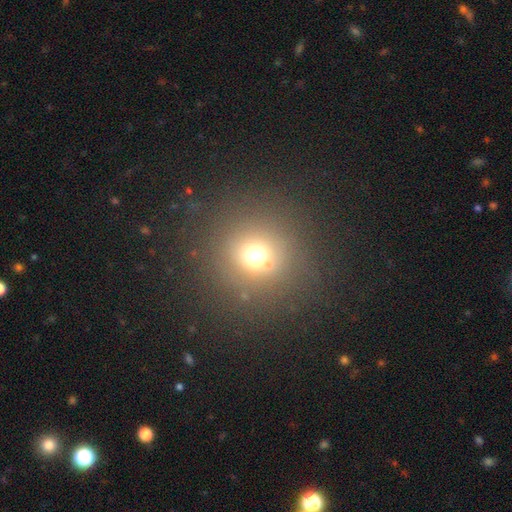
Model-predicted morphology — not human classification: smooth 66%, star or artifact 25%, featured or disk 10%. Down the decision tree: how rounded — round (93%); merging — none (79%).